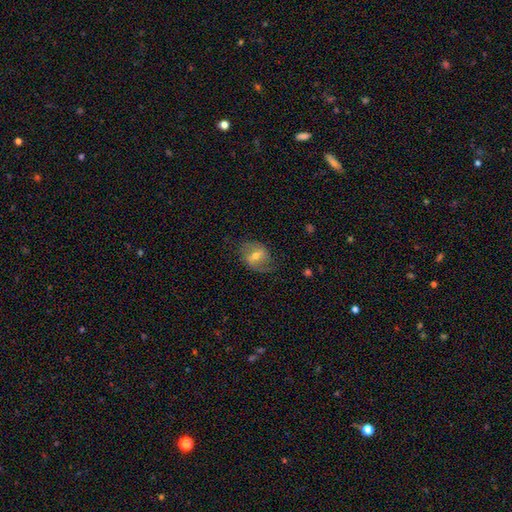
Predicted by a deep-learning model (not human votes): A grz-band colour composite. It shows a featured or disk galaxy (57%) with a weak bar (45%), spiral arms (74%) and a moderate central bulge (65%). Merging: none (69%).